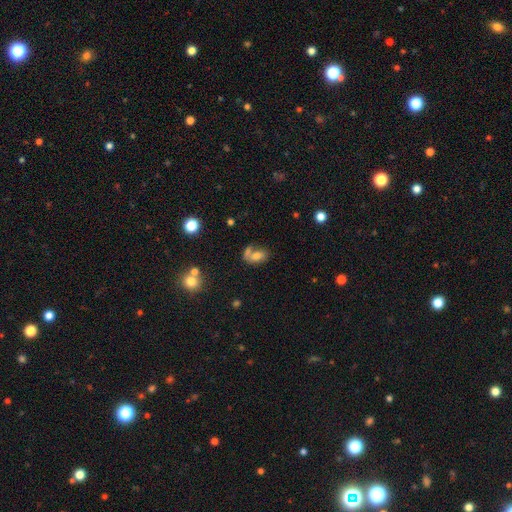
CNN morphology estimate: A smooth galaxy with no disk features (66%) that is in between round and cigar-shaped (83%).

Vote fractions:
- Smooth or featured? smooth: 66% / featured or disk: 21% / star or artifact: 13%
- How rounded? in between: 83% / round: 14% / cigar-shaped: 3%
- Merging? merger: 42% / none: 34% / minor disturbance: 14% / major disturbance: 10%